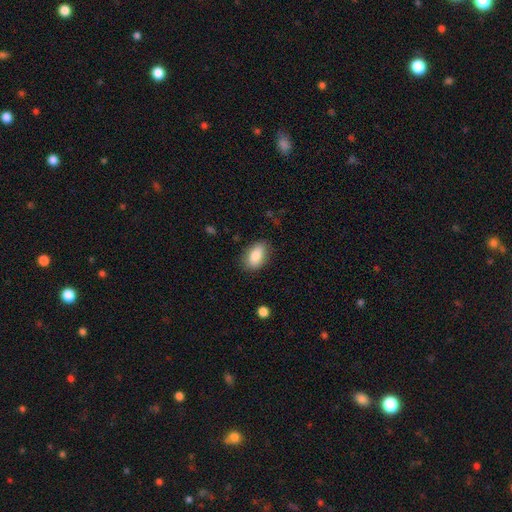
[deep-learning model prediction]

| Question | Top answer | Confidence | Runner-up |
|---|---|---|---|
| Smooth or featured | smooth | 85% | featured or disk (8%) |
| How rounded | in between | 90% | round (8%) |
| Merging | none | 82% | minor disturbance (13%) |